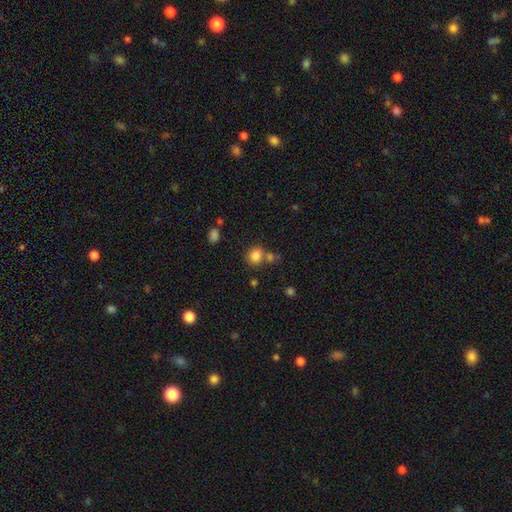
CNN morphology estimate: Smooth or featured? smooth (82%)
How rounded? round (78%)
Merging? none (64%)